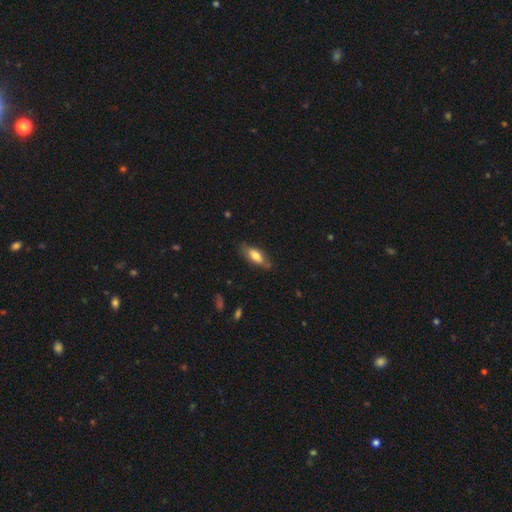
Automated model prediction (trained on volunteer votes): Smooth or featured? Predicted: smooth (p=0.67). How rounded? Predicted: in between (p=0.71). Merging? Predicted: none (p=0.72).